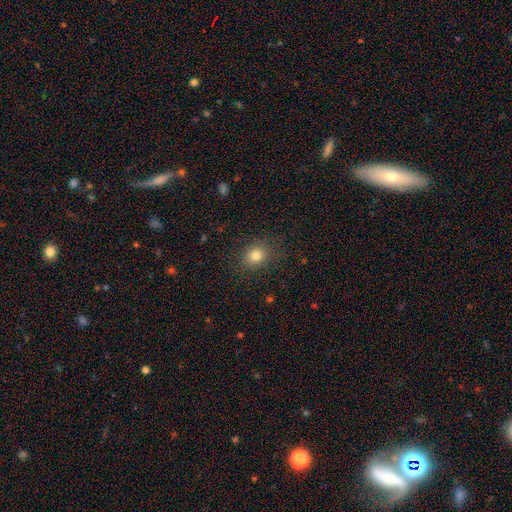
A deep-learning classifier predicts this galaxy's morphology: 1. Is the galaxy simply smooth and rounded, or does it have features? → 80% smooth, 12% star or artifact, 8% featured or disk.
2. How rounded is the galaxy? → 58% round, 41% in between, 1% cigar-shaped.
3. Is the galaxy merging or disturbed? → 84% none, 11% minor disturbance, 4% major disturbance, 1% merger.